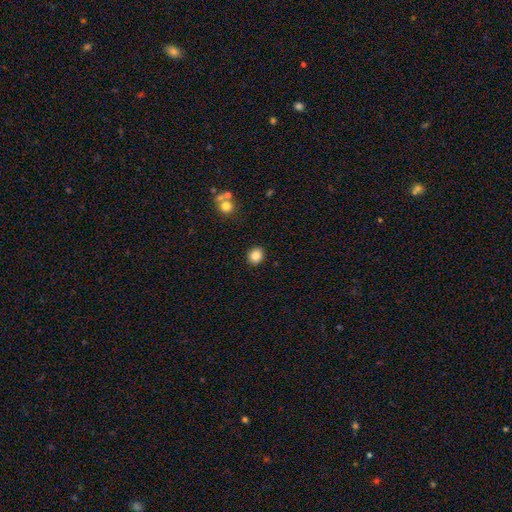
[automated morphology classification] A smooth galaxy with no disk features (85%) that is round (81%). Merging: none (91%).